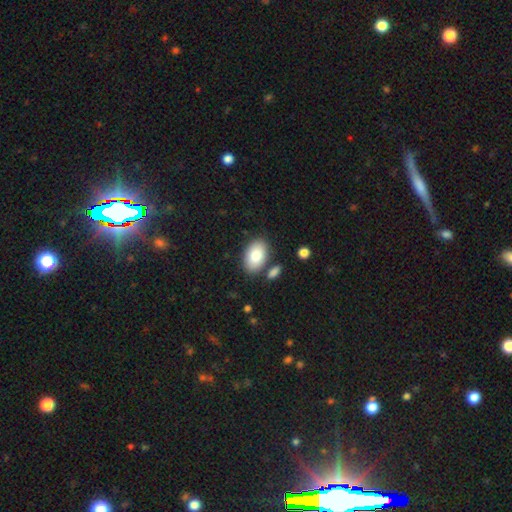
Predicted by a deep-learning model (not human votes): A smooth galaxy with no disk features (84%) that is in between round and cigar-shaped (92%).

Vote fractions:
- Smooth or featured? smooth: 84% / featured or disk: 10% / star or artifact: 6%
- How rounded? in between: 92% / round: 7% / cigar-shaped: 1%
- Merging? none: 78% / minor disturbance: 11% / merger: 8% / major disturbance: 3%